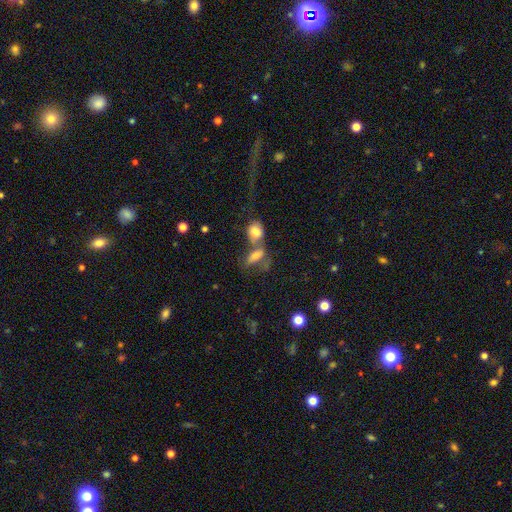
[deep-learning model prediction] Smooth or featured? Predicted: smooth (p=0.67). How rounded? Predicted: in between (p=0.78). Merging? Predicted: merger (p=0.60).